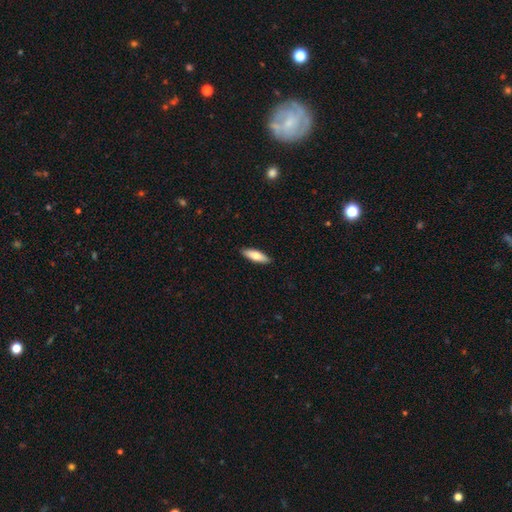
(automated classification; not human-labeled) A smooth galaxy with no disk features (75%) that is in between round and cigar-shaped (50%).

Vote fractions:
- Smooth or featured? smooth: 75% / featured or disk: 19% / star or artifact: 6%
- How rounded? in between: 50% / cigar-shaped: 48% / round: 2%
- Merging? none: 90% / minor disturbance: 7% / major disturbance: 1% / merger: 1%